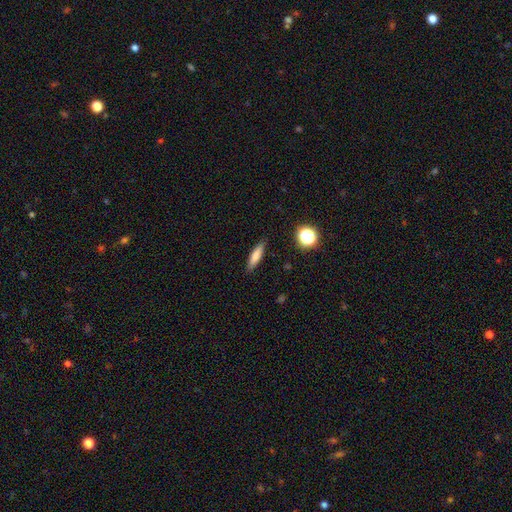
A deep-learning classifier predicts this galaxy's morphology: Overall: smooth (71%). How rounded: cigar-shaped (75%). Merging: none (87%).